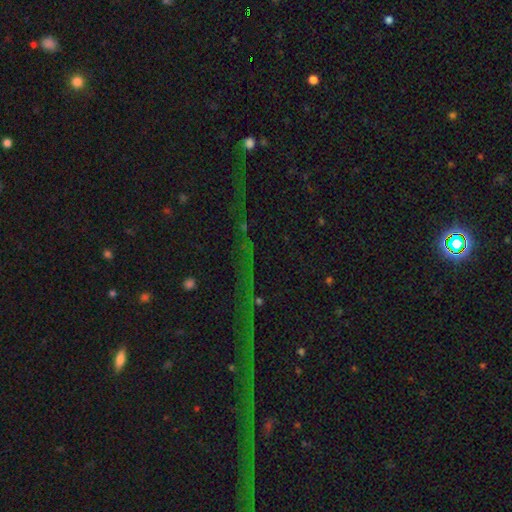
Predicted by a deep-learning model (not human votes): This appears to be a star or artifact, not a galaxy (80%).